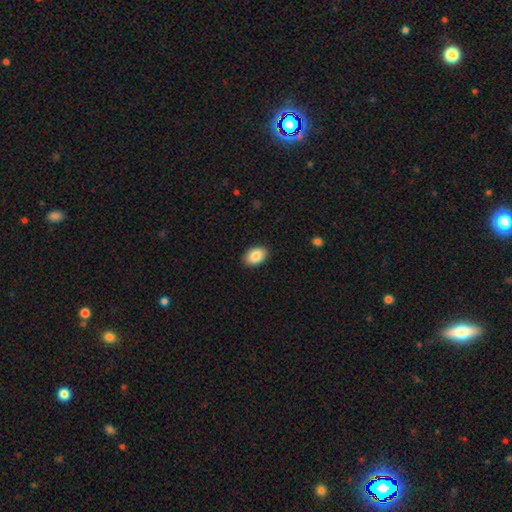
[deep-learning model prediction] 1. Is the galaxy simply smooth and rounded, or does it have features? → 88% smooth, 7% star or artifact, 5% featured or disk.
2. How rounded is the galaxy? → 86% in between, 13% round, 1% cigar-shaped.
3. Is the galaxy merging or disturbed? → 89% none, 8% minor disturbance, 2% major disturbance, 1% merger.